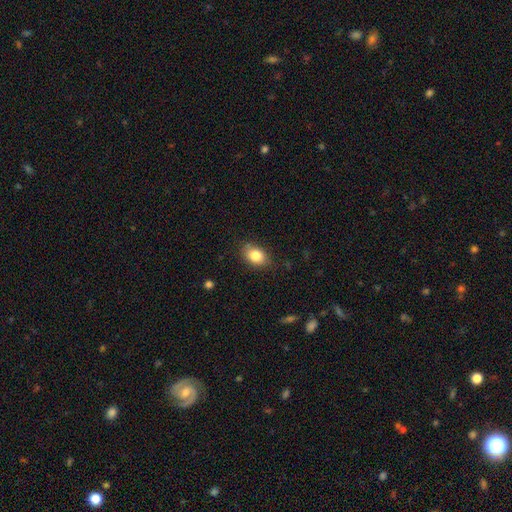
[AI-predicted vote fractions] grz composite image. It shows a smooth galaxy with no disk features (84%) that is in between round and cigar-shaped (77%). Merging: none (80%).